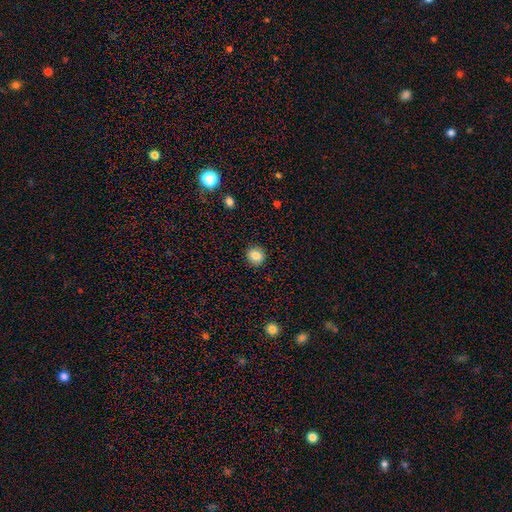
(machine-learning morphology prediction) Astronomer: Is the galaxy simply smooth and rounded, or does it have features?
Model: smooth — 83%.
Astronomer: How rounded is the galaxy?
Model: round — 87%.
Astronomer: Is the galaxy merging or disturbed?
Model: none — 91%.